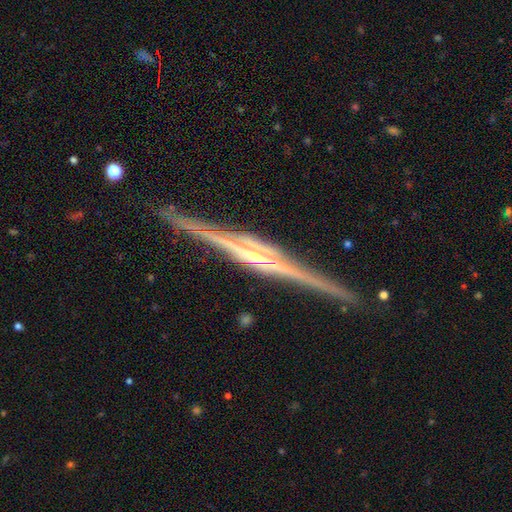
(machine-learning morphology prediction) smooth-or-featured: featured or disk: 90% | star or artifact: 5% | smooth: 4%
  disk-edge-on: yes: 98% | no: 2%
    edge-on-bulge: rounded: 55% | boxy: 30% | none: 15%
  merging: none: 91% | minor disturbance: 7% | major disturbance: 1% | merger: 1%